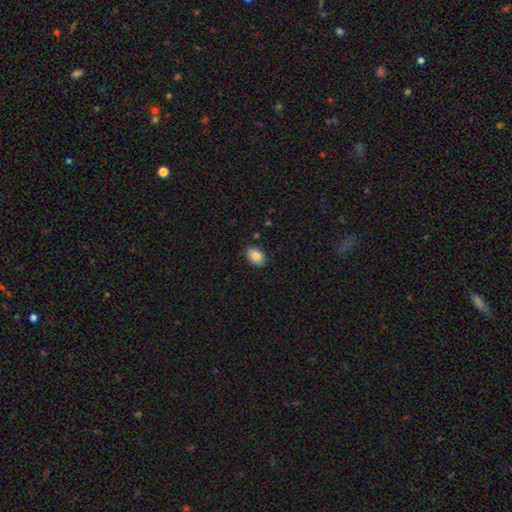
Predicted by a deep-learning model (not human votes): A smooth galaxy with no disk features (86%) that is in between round and cigar-shaped (86%). Merging: none (85%).